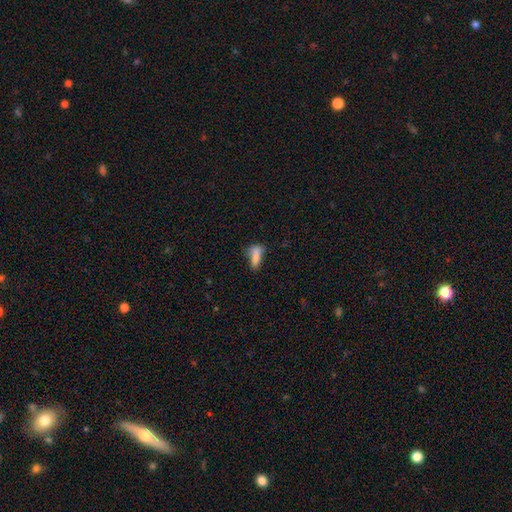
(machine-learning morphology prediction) Smooth or featured? Predicted: smooth (p=0.77). How rounded? Predicted: in between (p=0.56). Merging? Predicted: none (p=0.41).